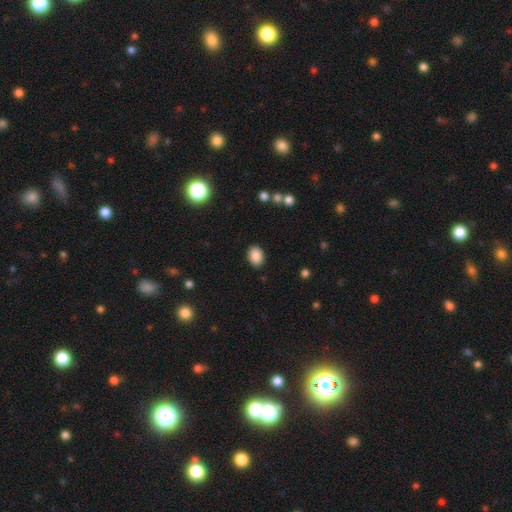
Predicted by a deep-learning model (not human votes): Smooth or featured? Predicted: smooth (p=0.88). How rounded? Predicted: in between (p=0.76). Merging? Predicted: none (p=0.89).